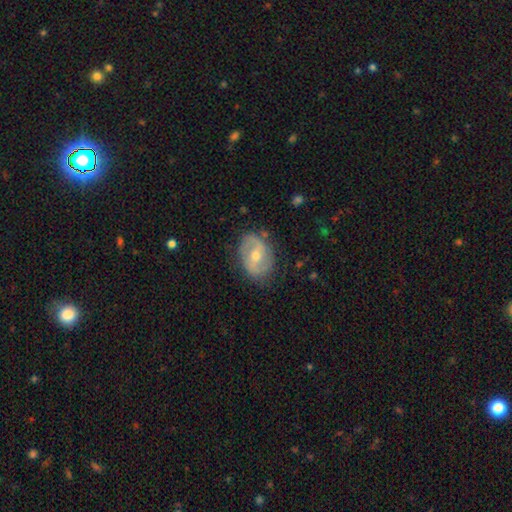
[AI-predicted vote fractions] smooth_or_featured: featured or disk (p=0.72) [alt: smooth p=0.21]
disk_edge_on: no (p=0.96) [alt: yes p=0.04]
bar: weak (p=0.47) [alt: no p=0.29]
has_spiral_arms: yes (p=0.79) [alt: no p=0.21]
spiral_winding: medium (p=0.45) [alt: tight p=0.28]
spiral_arm_count: 2 (p=0.84) [alt: can't tell p=0.10]
bulge_size: moderate (p=0.67) [alt: small p=0.27]
merging: none (p=0.79) [alt: minor disturbance p=0.15]